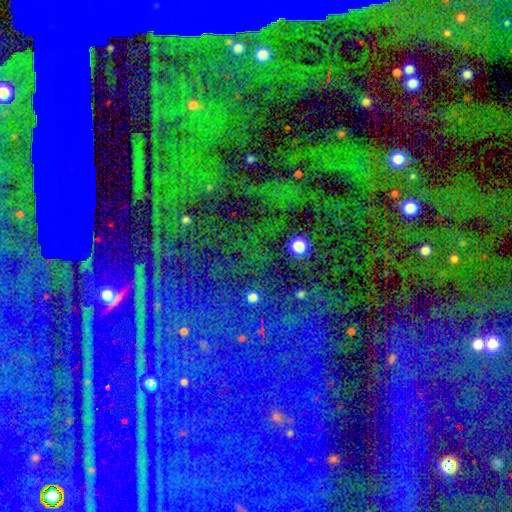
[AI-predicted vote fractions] A star or artifact, not a galaxy (71%).